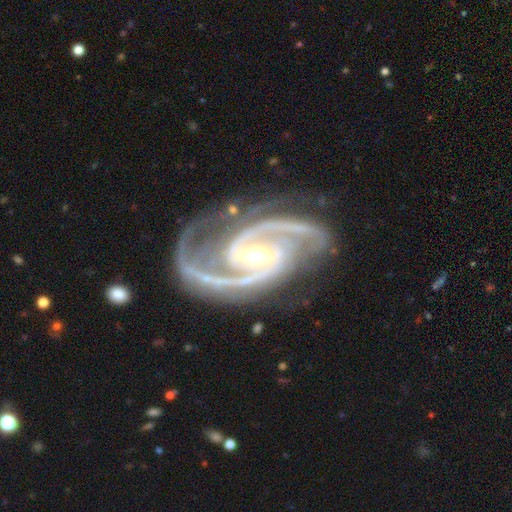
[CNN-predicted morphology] type=featured or disk (94%); edge-on=no (98%); bar=weak (36%); spiral arms=yes (99%); winding=medium (60%); arm count=2 (83%); bulge=moderate (55%); merging=none (74%).